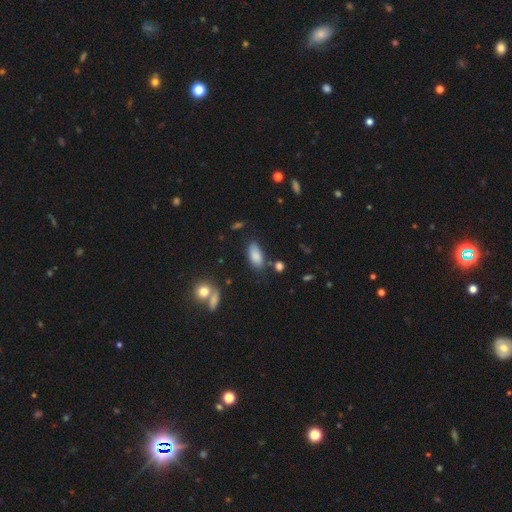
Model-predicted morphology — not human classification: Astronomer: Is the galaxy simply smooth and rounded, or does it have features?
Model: smooth — 86%.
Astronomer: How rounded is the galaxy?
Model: in between — 89%.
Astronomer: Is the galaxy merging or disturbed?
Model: none — 78%.